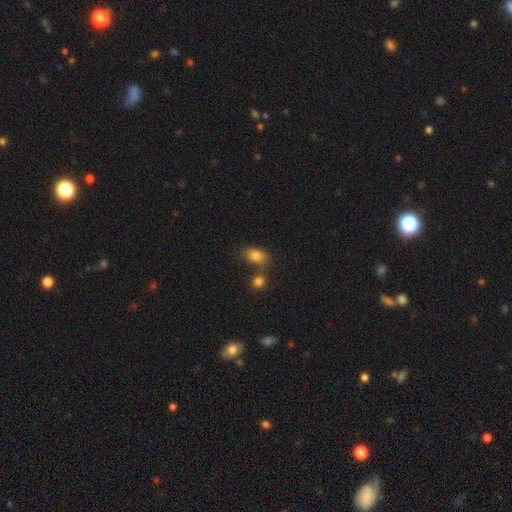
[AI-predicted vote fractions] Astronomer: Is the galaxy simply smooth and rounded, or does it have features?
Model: smooth — 83%.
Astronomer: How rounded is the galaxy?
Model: in between — 78%.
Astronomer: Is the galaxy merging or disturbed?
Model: none — 56%.